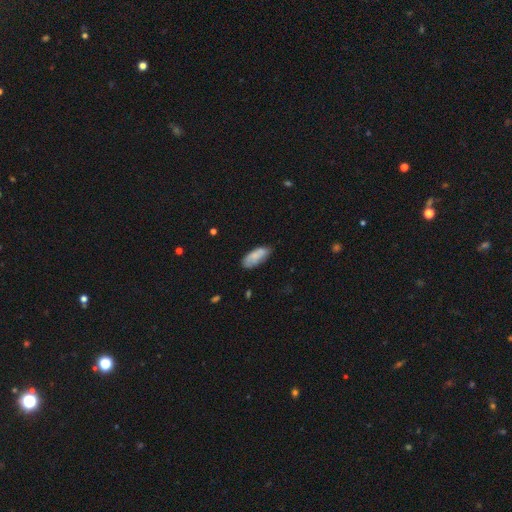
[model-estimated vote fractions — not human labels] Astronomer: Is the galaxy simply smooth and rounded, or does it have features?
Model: smooth — 80%.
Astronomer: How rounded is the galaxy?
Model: in between — 82%.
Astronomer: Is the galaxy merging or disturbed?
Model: none — 66%.